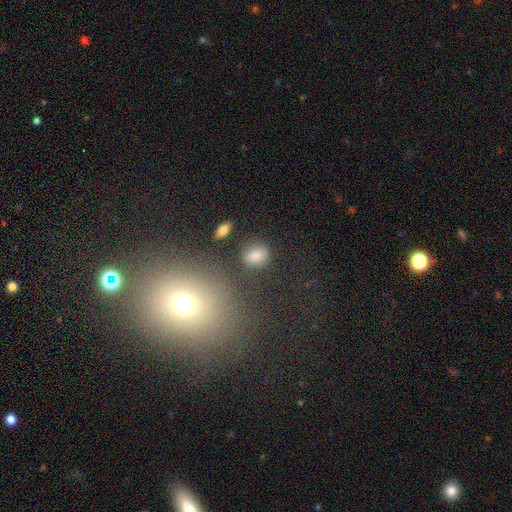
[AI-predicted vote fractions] Smooth or featured? Predicted: smooth (p=0.81). How rounded? Predicted: in between (p=0.57). Merging? Predicted: none (p=0.78).